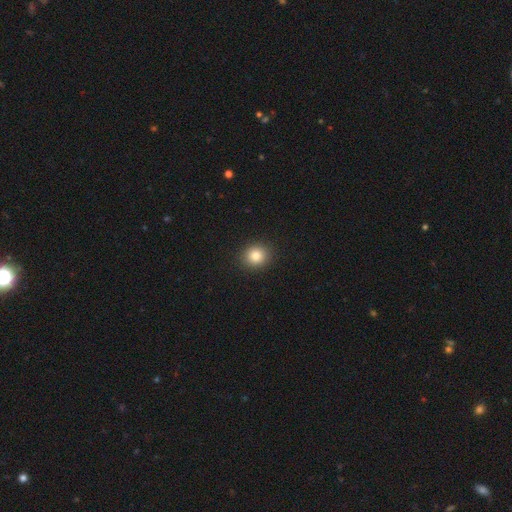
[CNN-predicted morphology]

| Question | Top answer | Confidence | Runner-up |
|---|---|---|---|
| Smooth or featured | smooth | 83% | star or artifact (11%) |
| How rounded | round | 84% | in between (15%) |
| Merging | none | 92% | minor disturbance (6%) |